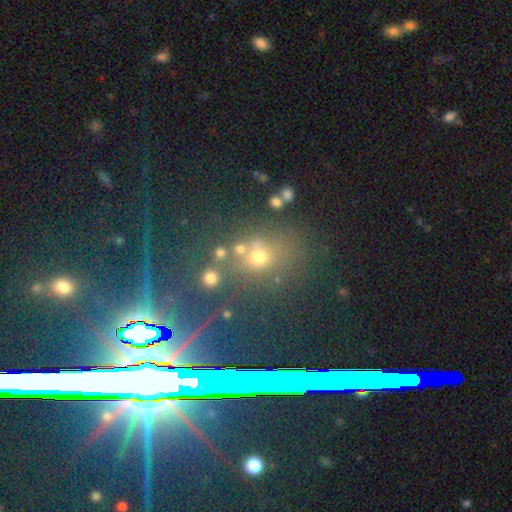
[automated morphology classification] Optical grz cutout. It shows a star or artifact, not a galaxy (55%).